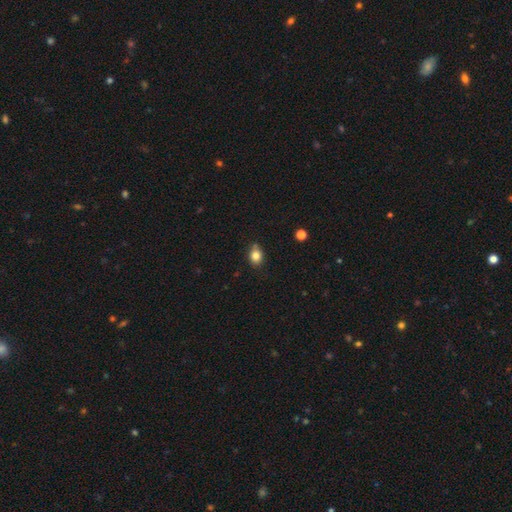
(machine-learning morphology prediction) smooth_or_featured: smooth (p=0.83) [alt: star or artifact p=0.11]
how_rounded: round (p=0.50) [alt: in between p=0.48]
merging: none (p=0.77) [alt: minor disturbance p=0.16]